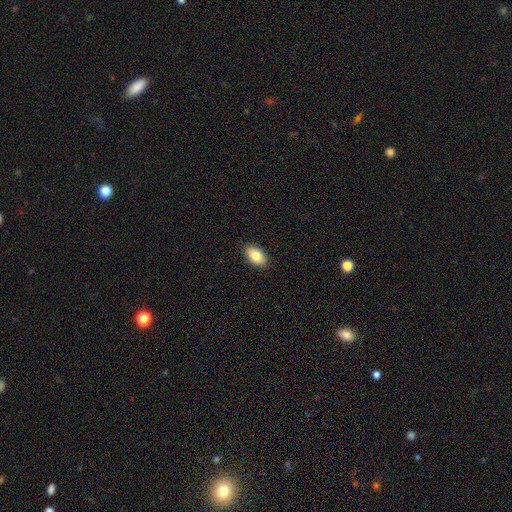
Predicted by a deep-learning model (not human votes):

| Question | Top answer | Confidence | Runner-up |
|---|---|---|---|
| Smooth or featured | smooth | 82% | featured or disk (11%) |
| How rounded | in between | 93% | round (5%) |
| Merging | none | 89% | minor disturbance (9%) |